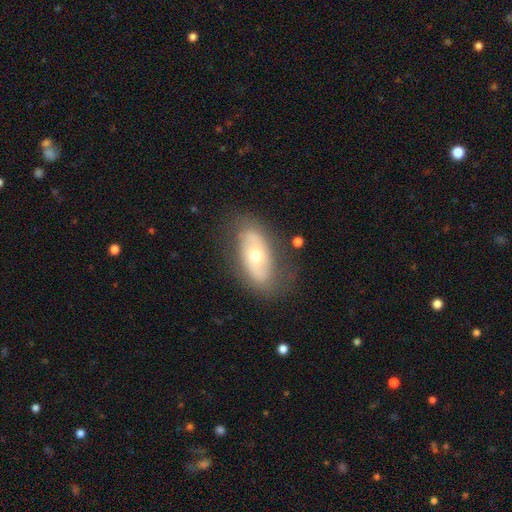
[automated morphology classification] The model was most divided on "smooth or featured": featured or disk: 55%, smooth: 38%, star or artifact: 7%. More confident: edge-on disk — no (88%); merging — none (75%).